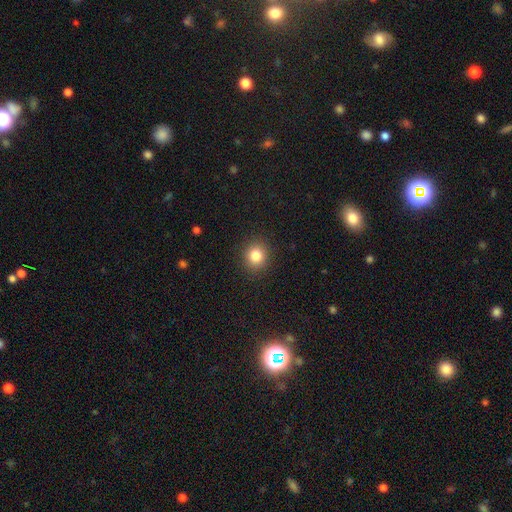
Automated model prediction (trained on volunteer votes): Overall: smooth (83%). How rounded: round (86%). Merging: none (91%).